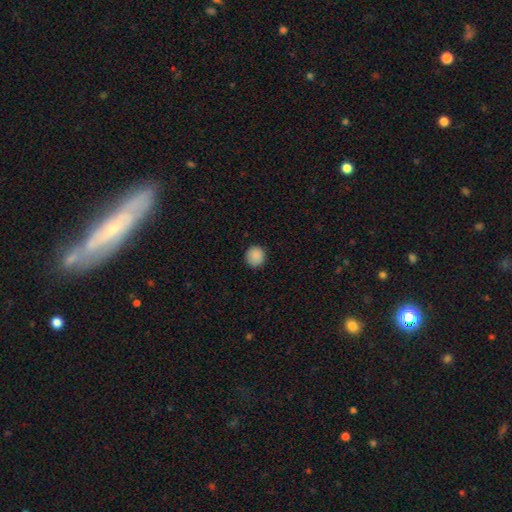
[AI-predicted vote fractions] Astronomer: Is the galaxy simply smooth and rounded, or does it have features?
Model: smooth — 88%.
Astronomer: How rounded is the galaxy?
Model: round — 91%.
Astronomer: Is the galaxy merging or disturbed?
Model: none — 90%.